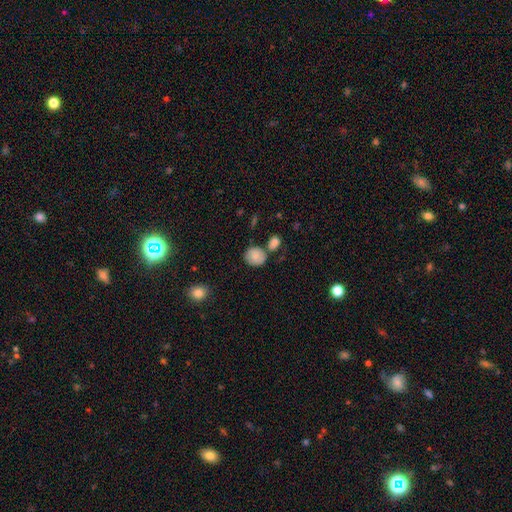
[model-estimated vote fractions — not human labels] Smooth or featured: smooth — 83% (featured or disk — 9%)
How rounded: round — 73% (in between — 26%)
Merging: none — 61% (merger — 19%)